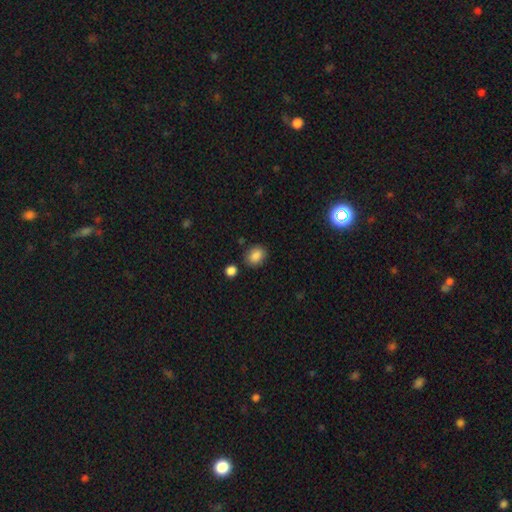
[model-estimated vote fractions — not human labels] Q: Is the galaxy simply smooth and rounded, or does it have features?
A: smooth — 87%.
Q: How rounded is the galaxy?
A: in between — 52%.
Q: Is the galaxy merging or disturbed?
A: none — 82%.